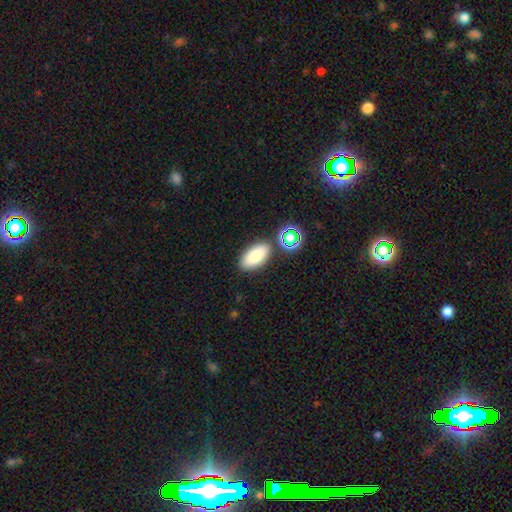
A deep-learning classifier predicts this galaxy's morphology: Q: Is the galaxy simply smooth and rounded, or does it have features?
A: smooth — 81%.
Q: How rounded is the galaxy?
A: in between — 91%.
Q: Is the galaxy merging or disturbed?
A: none — 80%.